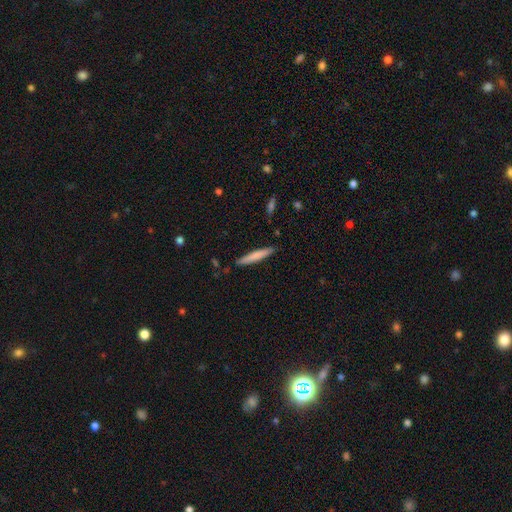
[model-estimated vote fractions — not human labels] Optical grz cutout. It shows a smooth galaxy with no disk features (75%) that is cigar-shaped (93%). Merging: none (88%).